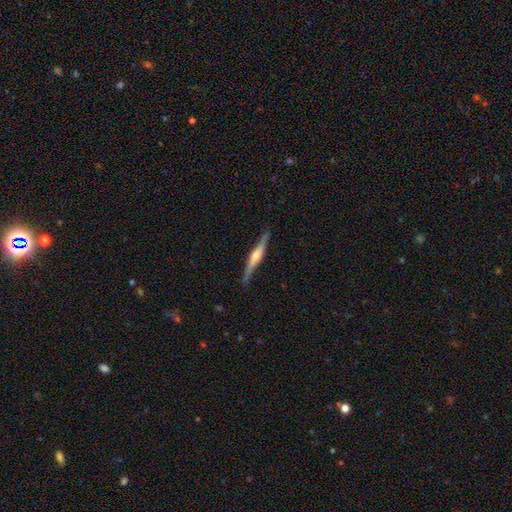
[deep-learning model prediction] Smooth or featured? featured or disk (72%)
Edge-on disk? yes (97%)
Edge-on bulge? rounded (78%)
Merging? none (86%)